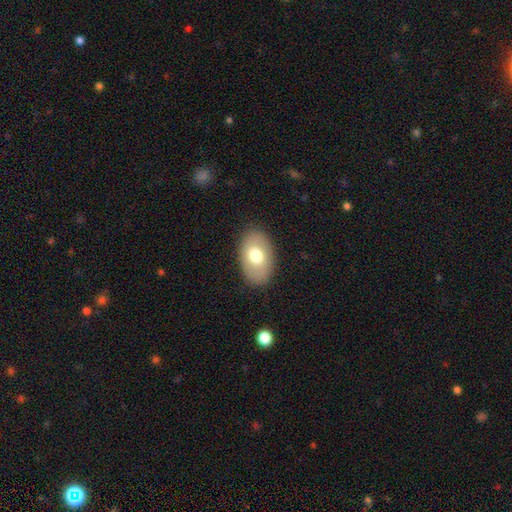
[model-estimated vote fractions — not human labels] smooth_or_featured: smooth (p=0.70) [alt: featured or disk p=0.23]
how_rounded: in between (p=0.89) [alt: round p=0.10]
merging: none (p=0.86) [alt: minor disturbance p=0.10]